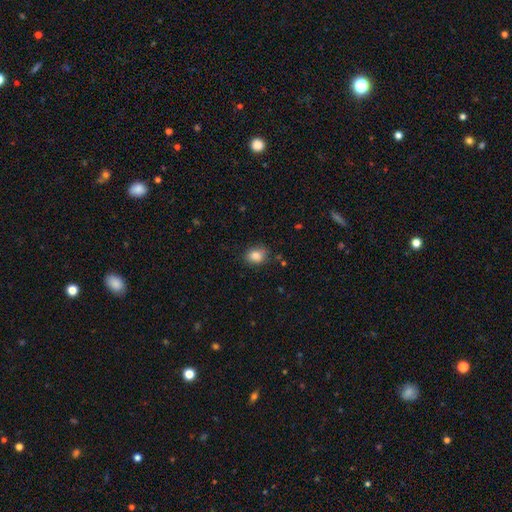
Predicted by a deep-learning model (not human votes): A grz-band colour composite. It shows a smooth galaxy with no disk features (84%) that is in between round and cigar-shaped (52%). Merging: none (81%).